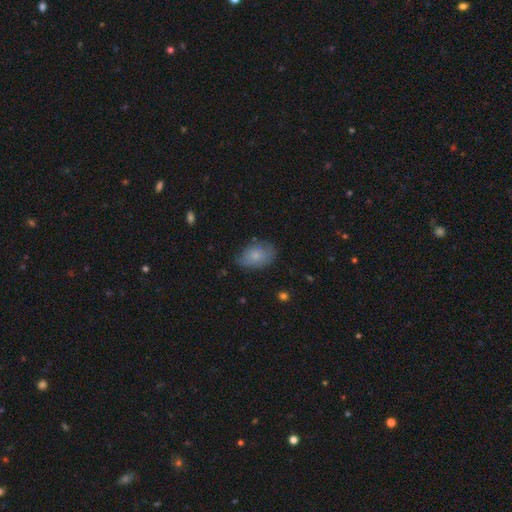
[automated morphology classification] A smooth galaxy with no disk features (78%) that is in between round and cigar-shaped (87%).

Vote fractions:
- Smooth or featured? smooth: 78% / featured or disk: 15% / star or artifact: 7%
- How rounded? in between: 87% / round: 11% / cigar-shaped: 1%
- Merging? none: 66% / minor disturbance: 27% / major disturbance: 6% / merger: 2%